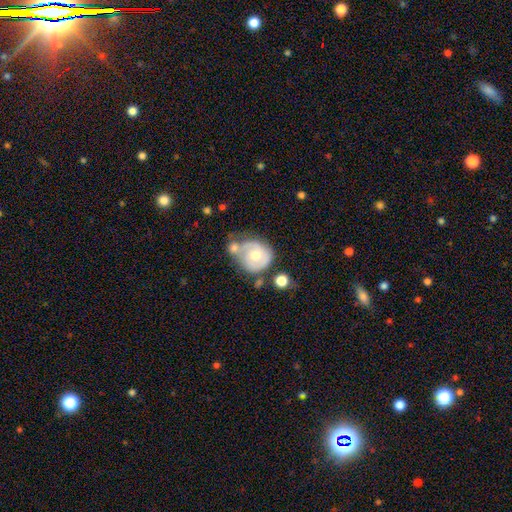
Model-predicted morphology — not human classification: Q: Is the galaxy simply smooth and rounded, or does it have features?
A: featured or disk — 55%.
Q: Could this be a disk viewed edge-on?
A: no — 97%.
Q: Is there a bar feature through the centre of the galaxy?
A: no — 78%.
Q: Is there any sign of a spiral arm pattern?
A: yes — 63%.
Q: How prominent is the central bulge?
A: moderate — 71%.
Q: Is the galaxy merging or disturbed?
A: none — 36%.